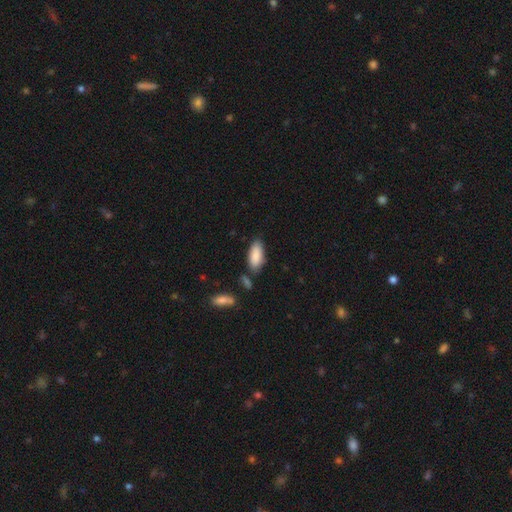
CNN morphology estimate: smooth 88%, featured or disk 6%, star or artifact 6%. Down the decision tree: how rounded — in between (85%); merging — none (71%).